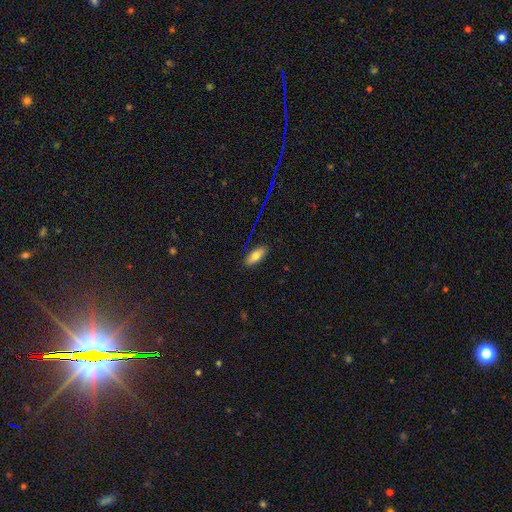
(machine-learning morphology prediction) Smooth or featured?
  - smooth: 73% *
  - featured or disk: 16%
  - star or artifact: 11%
How rounded?
  - in between: 85% *
  - cigar-shaped: 12%
  - round: 3%
Merging?
  - none: 86% *
  - minor disturbance: 11%
  - major disturbance: 2%
  - merger: 2%